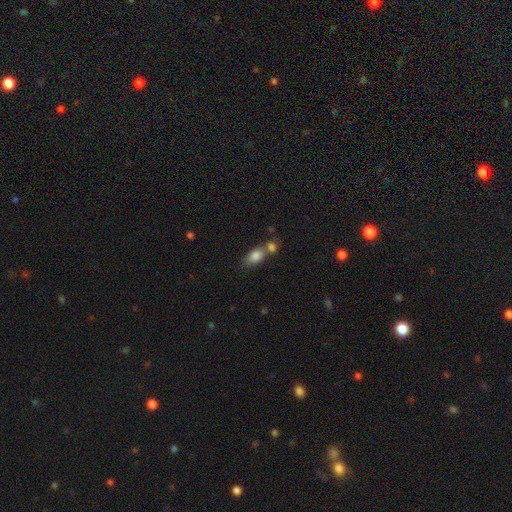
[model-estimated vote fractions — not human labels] Smooth or featured: smooth — 83% (featured or disk — 9%)
How rounded: in between — 85% (round — 9%)
Merging: merger — 45% (none — 39%)